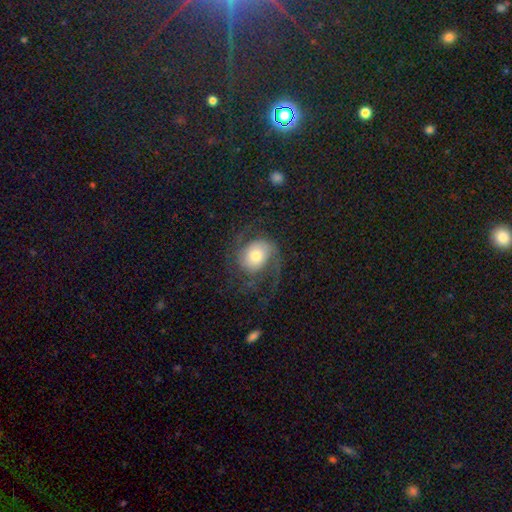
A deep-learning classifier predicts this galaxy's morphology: Smooth or featured?
  - featured or disk: 78% *
  - smooth: 15%
  - star or artifact: 6%
Edge-on disk?
  - no: 98% *
  - yes: 2%
Bar?
  - no: 70% *
  - weak: 24%
  - strong: 6%
Spiral arms?
  - yes: 95% *
  - no: 5%
Spiral winding?
  - medium: 47% *
  - loose: 33%
  - tight: 21%
Spiral arm count?
  - 2: 75% *
  - 3: 8%
  - can't tell: 6%
  - 1: 5%
  - 4: 3%
  - more than 4: 3%
Bulge size?
  - moderate: 48% *
  - large: 24%
  - small: 20%
  - dominant: 5%
  - none: 2%
Merging?
  - none: 63% *
  - major disturbance: 20%
  - minor disturbance: 15%
  - merger: 2%